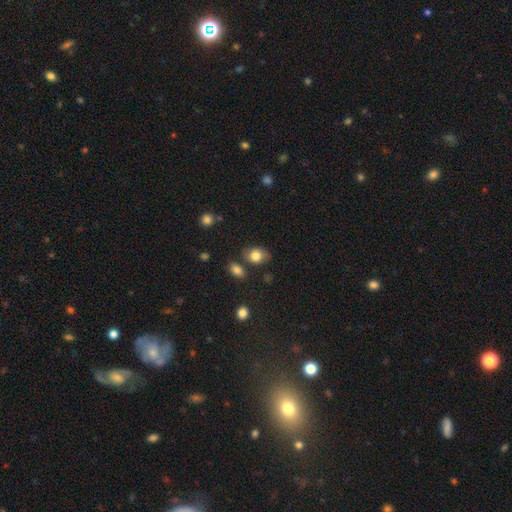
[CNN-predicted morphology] A smooth galaxy with no disk features (82%) that is in between round and cigar-shaped (66%). Merging: none (73%).